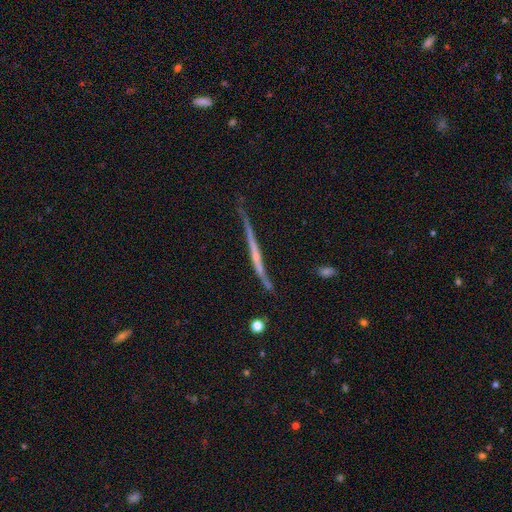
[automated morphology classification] Smooth or featured: featured or disk — 72% (smooth — 21%)
Edge-on disk: yes — 95% (no — 5%)
Edge-on bulge: none — 67% (rounded — 25%)
Merging: none — 65% (minor disturbance — 23%)